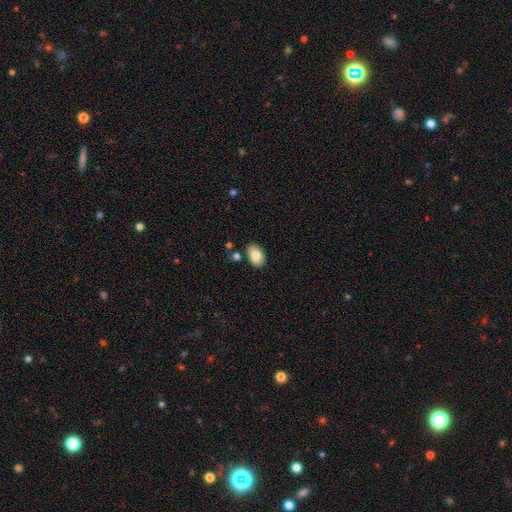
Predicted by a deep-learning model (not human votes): A smooth galaxy with no disk features (83%) that is in between round and cigar-shaped (87%).

Vote fractions:
- Smooth or featured? smooth: 83% / featured or disk: 10% / star or artifact: 8%
- How rounded? in between: 87% / round: 12% / cigar-shaped: 1%
- Merging? none: 77% / minor disturbance: 15% / merger: 6% / major disturbance: 3%